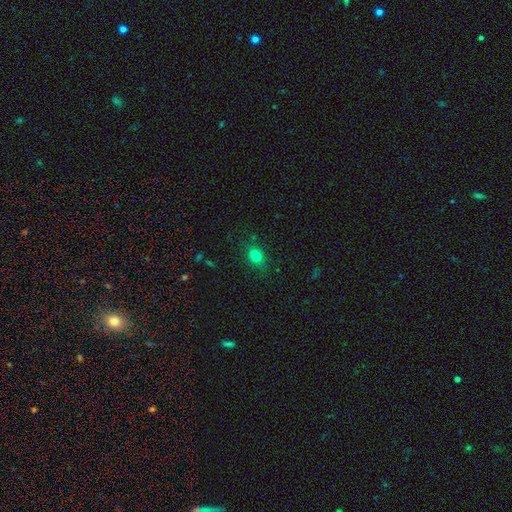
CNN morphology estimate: A smooth galaxy with no disk features (79%) that is round (51%).

Vote fractions:
- Smooth or featured? smooth: 79% / star or artifact: 14% / featured or disk: 7%
- How rounded? round: 51% / in between: 48% / cigar-shaped: 2%
- Merging? none: 80% / minor disturbance: 14% / major disturbance: 4% / merger: 2%